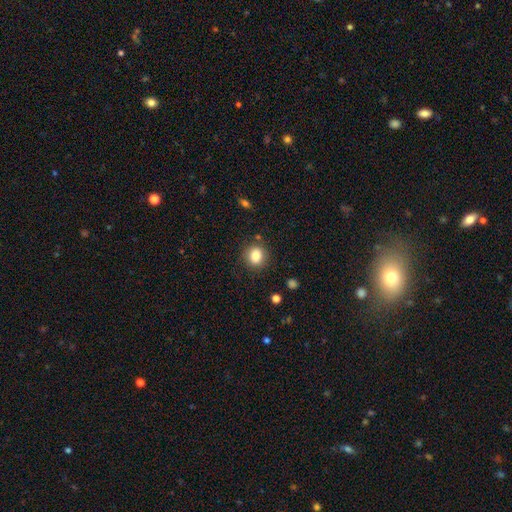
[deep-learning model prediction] Overall: smooth (84%). How rounded: round (69%; in between 30%). Merging: none (84%).